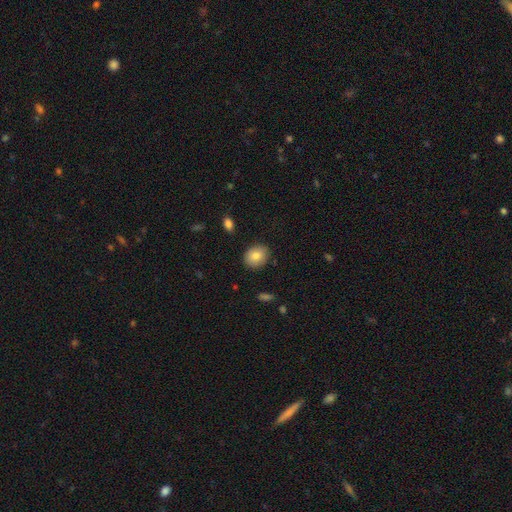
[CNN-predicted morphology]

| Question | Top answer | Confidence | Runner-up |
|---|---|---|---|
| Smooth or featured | smooth | 83% | featured or disk (10%) |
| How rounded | round | 51% | in between (48%) |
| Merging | none | 87% | minor disturbance (9%) |